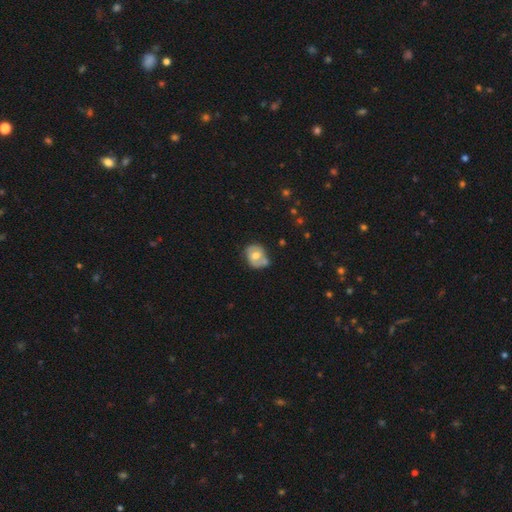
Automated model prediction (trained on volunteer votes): Smooth or featured?
  - smooth: 49% *
  - featured or disk: 44%
  - star or artifact: 7%
Merging?
  - none: 54% *
  - minor disturbance: 26%
  - merger: 13%
  - major disturbance: 8%